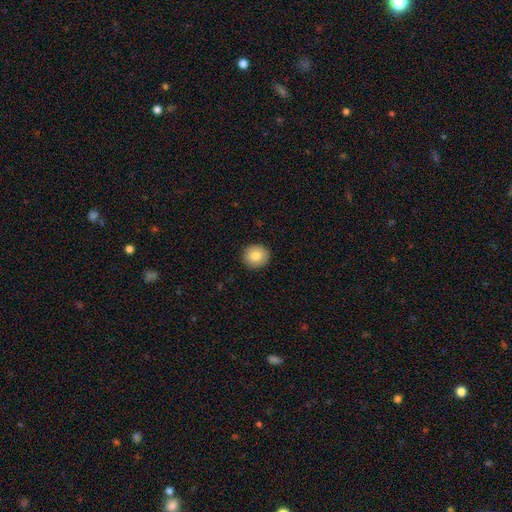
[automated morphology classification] Q: Smooth or featured?
A: smooth (82%); runner-up: featured or disk (10%)
Q: How rounded?
A: round (90%); runner-up: in between (9%)
Q: Merging?
A: none (92%); runner-up: minor disturbance (5%)